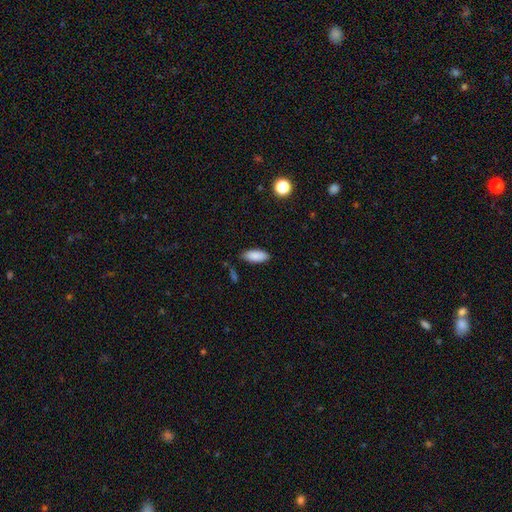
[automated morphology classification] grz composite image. It shows a smooth galaxy with no disk features (88%) that is in between round and cigar-shaped (85%). Merging: none (81%).